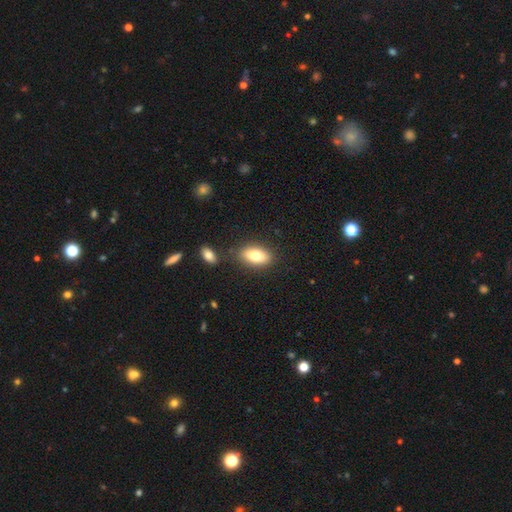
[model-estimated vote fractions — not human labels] This appears to be a smooth galaxy with no disk features (77%) that is in between round and cigar-shaped (88%). Merging: none (79%).